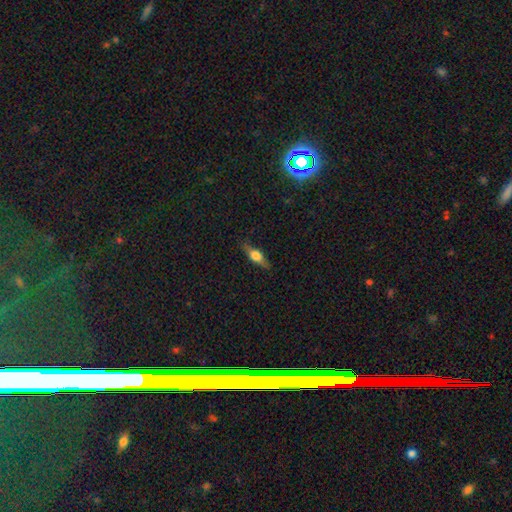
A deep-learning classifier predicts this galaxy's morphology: smooth-or-featured: featured or disk: 52% | smooth: 41% | star or artifact: 7%
  disk-edge-on: yes: 93% | no: 7%
  merging: none: 83% | minor disturbance: 13% | major disturbance: 3% | merger: 1%